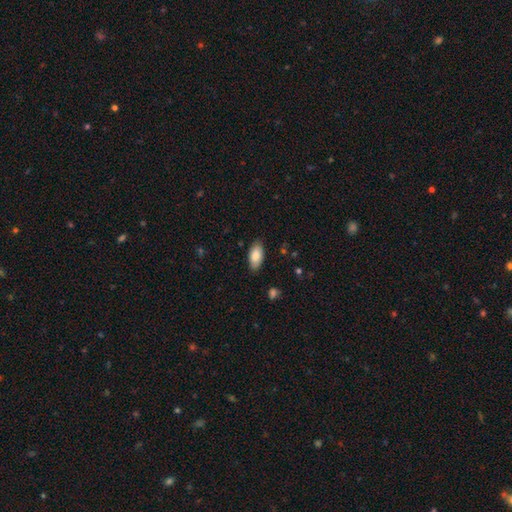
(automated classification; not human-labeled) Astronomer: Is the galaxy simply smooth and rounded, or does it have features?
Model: smooth — 85%.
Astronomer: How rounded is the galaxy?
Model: in between — 92%.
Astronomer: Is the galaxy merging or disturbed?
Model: none — 86%.